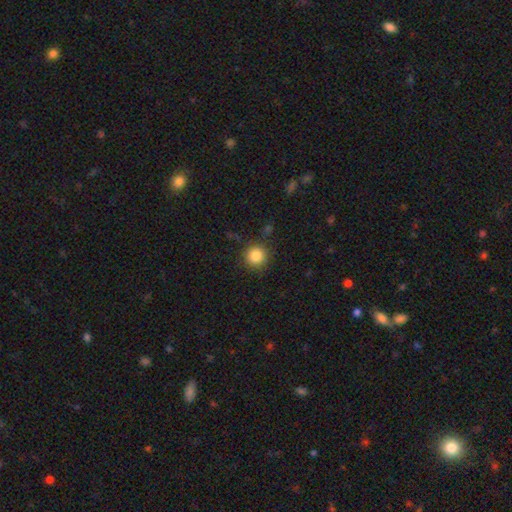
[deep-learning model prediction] smooth_or_featured: smooth (p=0.85) [alt: star or artifact p=0.10]
how_rounded: round (p=0.94) [alt: in between p=0.05]
merging: none (p=0.87) [alt: minor disturbance p=0.08]